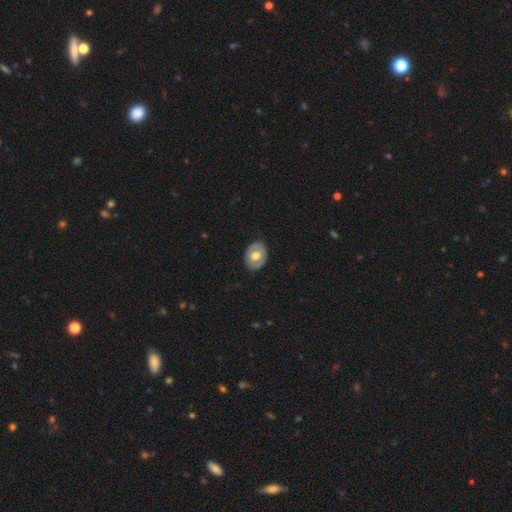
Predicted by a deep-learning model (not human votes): This is possibly a smooth galaxy (53%). How rounded: likely in between (65%). Merging: clearly none (84%).